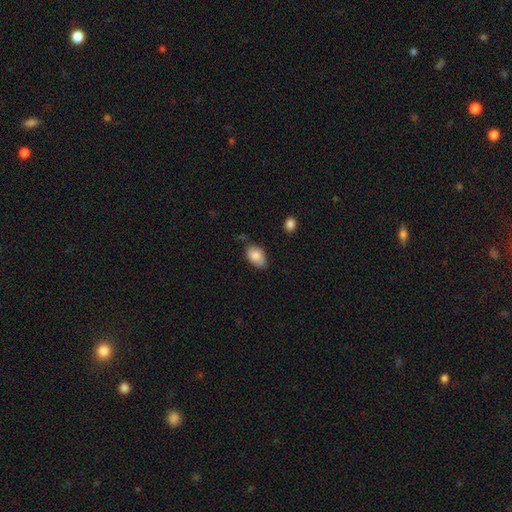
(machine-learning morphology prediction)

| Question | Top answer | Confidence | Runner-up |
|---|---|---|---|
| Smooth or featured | smooth | 81% | featured or disk (12%) |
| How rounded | in between | 87% | round (12%) |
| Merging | none | 69% | minor disturbance (24%) |